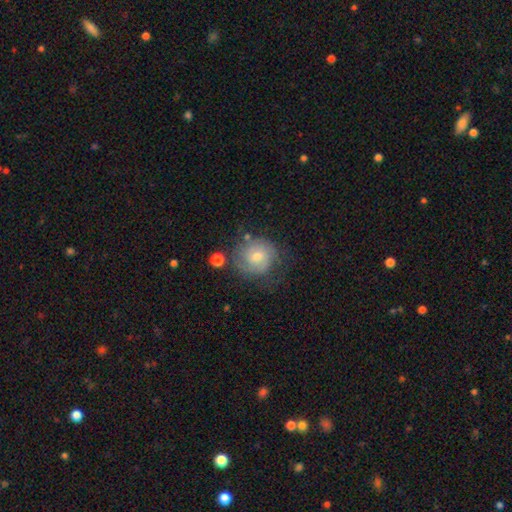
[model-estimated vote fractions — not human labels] Smooth or featured? featured or disk (57%)
Edge-on disk? no (97%)
Bar? no (70%)
Spiral arms? yes (83%)
Bulge size? moderate (52%)
Merging? none (65%)